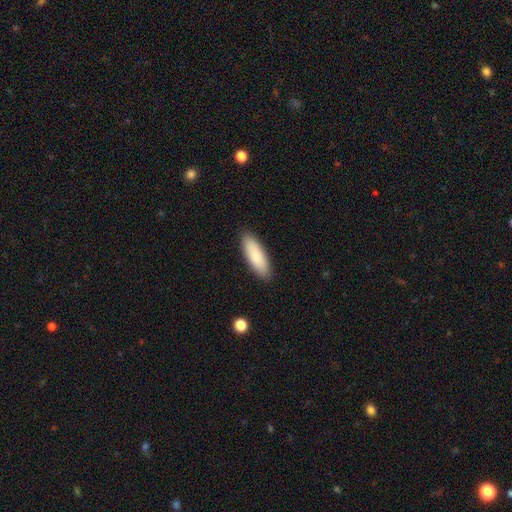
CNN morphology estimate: Smooth or featured? Predicted: smooth (p=0.86). How rounded? Predicted: in between (p=0.58). Merging? Predicted: none (p=0.90).